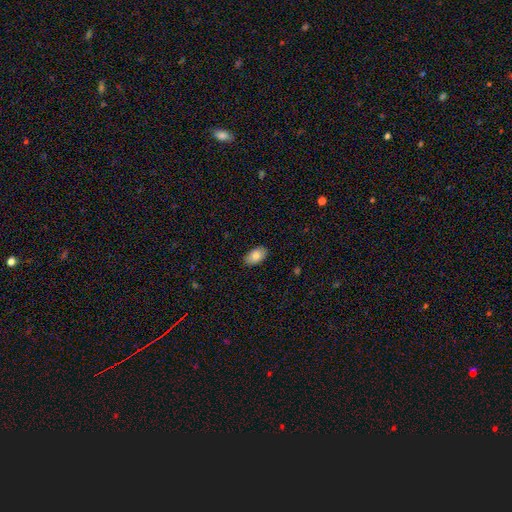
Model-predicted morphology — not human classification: Smooth or featured: smooth — 80% (featured or disk — 14%)
How rounded: in between — 94% (round — 5%)
Merging: none — 87% (minor disturbance — 10%)